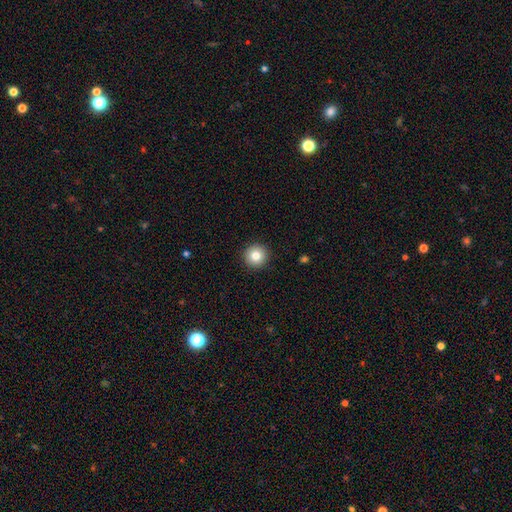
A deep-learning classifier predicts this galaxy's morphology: This appears to be a smooth galaxy with no disk features (83%) that is round (96%). Merging: none (93%).